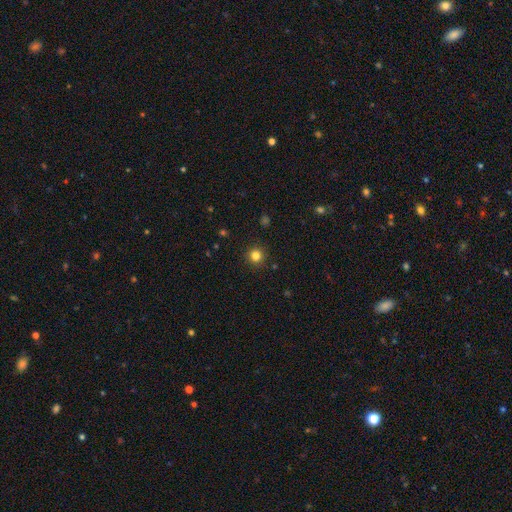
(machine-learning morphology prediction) Overall: smooth (82%). How rounded: round (94%). Merging: none (91%).